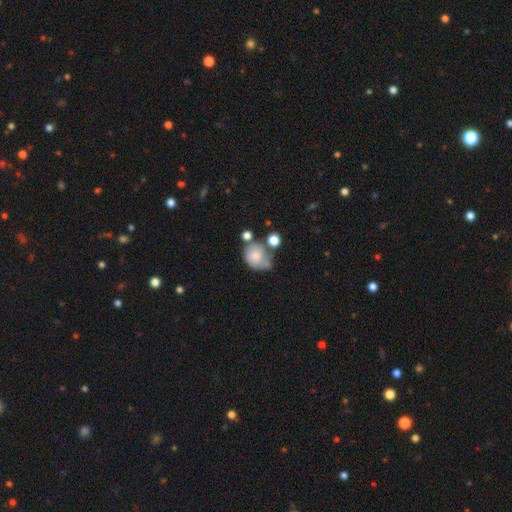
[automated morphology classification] A smooth galaxy with no disk features (72%) that is round (55%).

Vote fractions:
- Smooth or featured? smooth: 72% / featured or disk: 18% / star or artifact: 9%
- How rounded? round: 55% / in between: 44% / cigar-shaped: 1%
- Merging? none: 33% / minor disturbance: 27% / merger: 24% / major disturbance: 16%